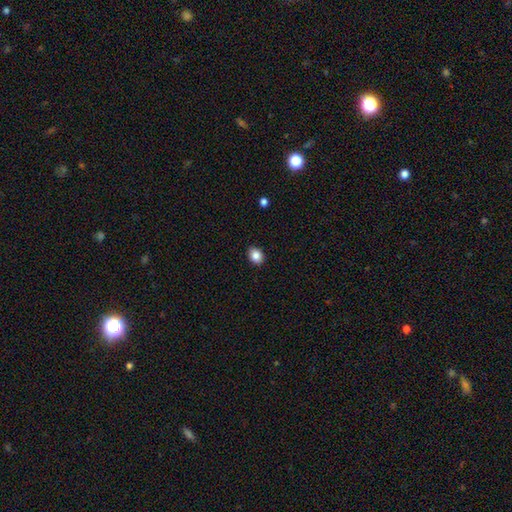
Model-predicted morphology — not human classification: Q: Smooth or featured?
A: smooth (86%); runner-up: star or artifact (9%)
Q: How rounded?
A: in between (61%); runner-up: round (38%)
Q: Merging?
A: none (89%); runner-up: minor disturbance (8%)